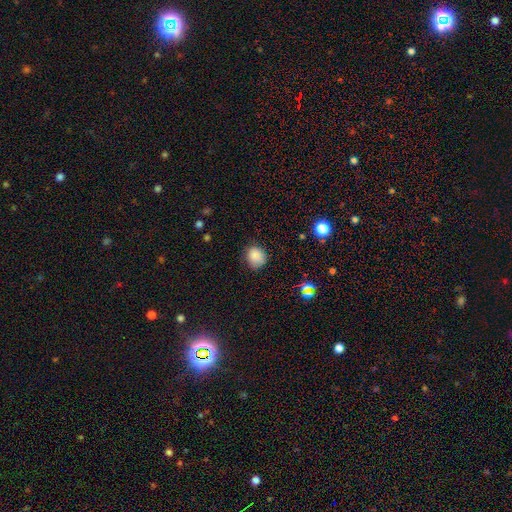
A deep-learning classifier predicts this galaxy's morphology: Smooth or featured? Predicted: smooth (p=0.83). How rounded? Predicted: round (p=0.66). Merging? Predicted: none (p=0.72).